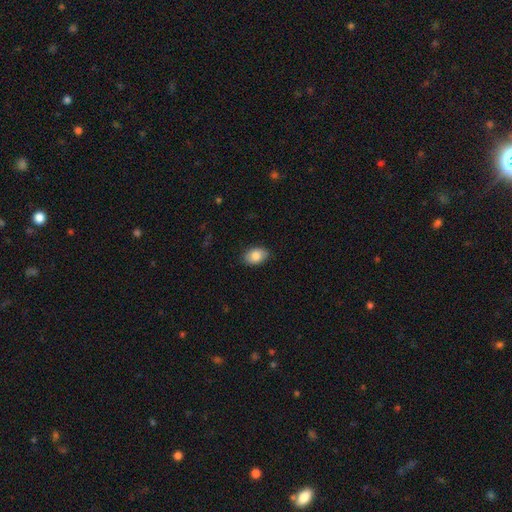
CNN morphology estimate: Smooth or featured?
  - smooth: 84% *
  - featured or disk: 9%
  - star or artifact: 7%
How rounded?
  - in between: 87% *
  - round: 11%
  - cigar-shaped: 1%
Merging?
  - none: 86% *
  - minor disturbance: 11%
  - major disturbance: 2%
  - merger: 1%